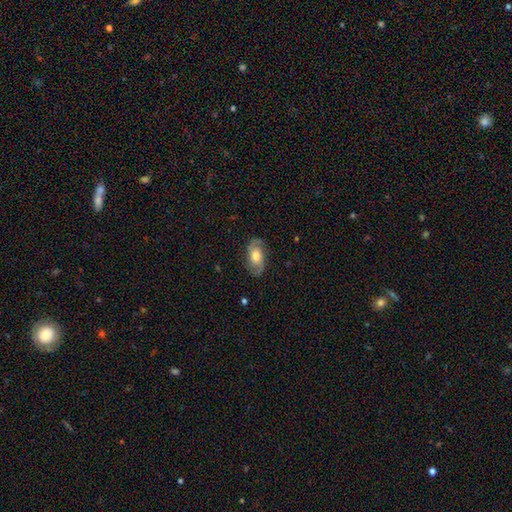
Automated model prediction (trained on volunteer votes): Morphology: type=featured or disk (67%); edge-on=no (95%); bar=no (66%); spiral arms=yes (90%); winding=medium (48%); arm count=2 (88%); bulge=moderate (48%); merging=none (79%).